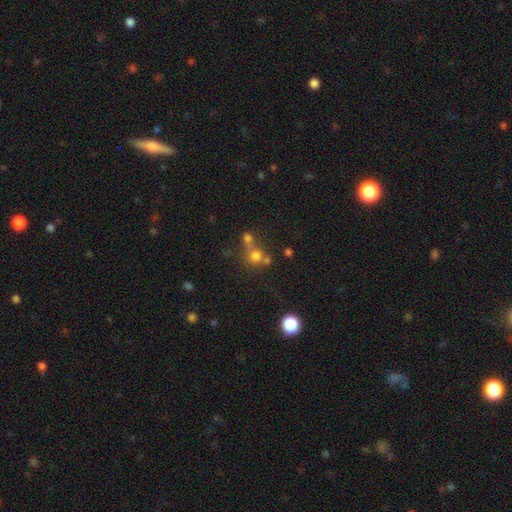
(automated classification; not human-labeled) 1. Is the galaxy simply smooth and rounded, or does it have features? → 65% smooth, 21% star or artifact, 14% featured or disk.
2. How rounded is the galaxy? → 86% round, 12% in between, 1% cigar-shaped.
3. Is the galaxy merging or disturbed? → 44% merger, 43% none, 8% minor disturbance, 5% major disturbance.